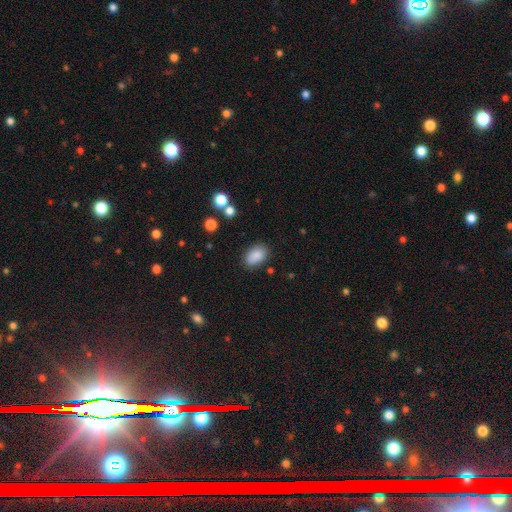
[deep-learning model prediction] Smooth or featured? smooth (88%)
How rounded? in between (89%)
Merging? none (83%)